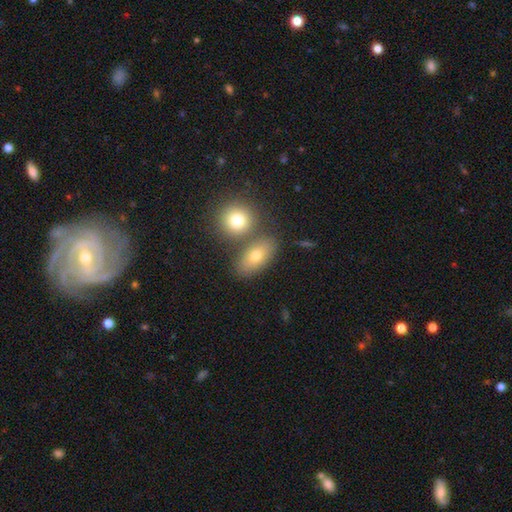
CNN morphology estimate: A smooth galaxy with no disk features (73%) that is in between round and cigar-shaped (77%). Merging: none (63%).